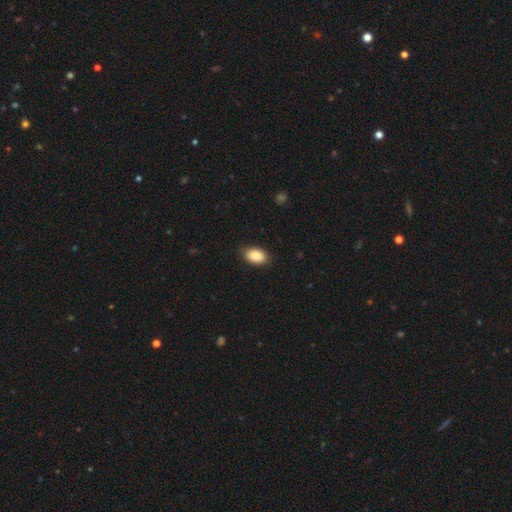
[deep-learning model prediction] Smooth or featured?
  - smooth: 90% *
  - star or artifact: 7%
  - featured or disk: 4%
How rounded?
  - in between: 89% *
  - round: 9%
  - cigar-shaped: 1%
Merging?
  - none: 84% *
  - minor disturbance: 13%
  - major disturbance: 3%
  - merger: 1%